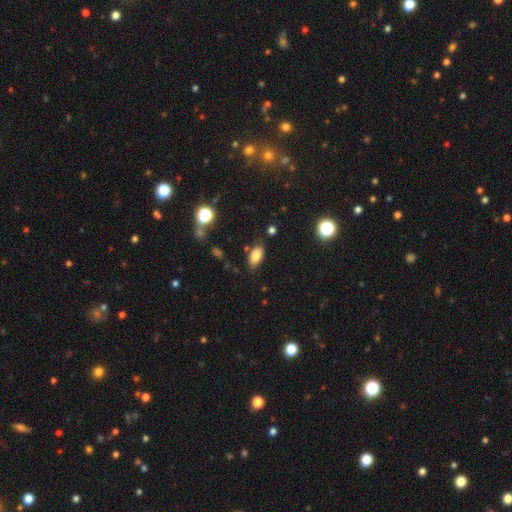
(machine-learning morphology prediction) Smooth or featured: smooth — 82% (star or artifact — 10%)
How rounded: in between — 91% (round — 5%)
Merging: none — 80% (minor disturbance — 14%)